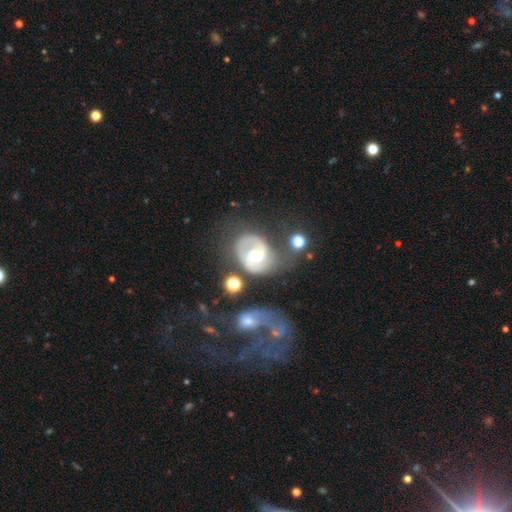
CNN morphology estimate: type=featured or disk (85%); edge-on=no (98%); bar=weak (46%); spiral arms=yes (93%); winding=medium (53%); arm count=2 (85%); bulge=moderate (67%); merging=none (53%).